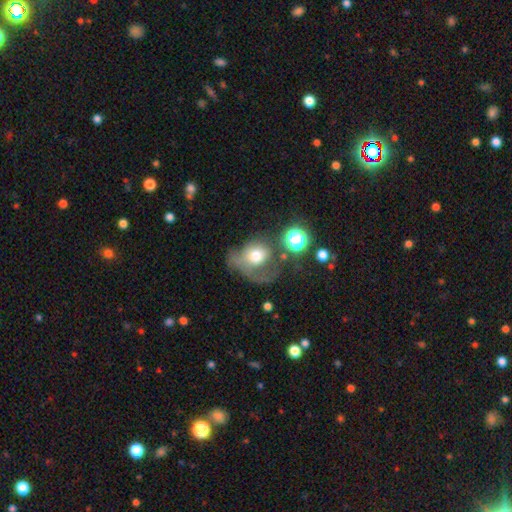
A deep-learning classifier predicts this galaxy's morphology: smooth_or_featured: smooth (p=0.57) [alt: featured or disk p=0.31]
how_rounded: round (p=0.64) [alt: in between p=0.35]
merging: major disturbance (p=0.53) [alt: minor disturbance p=0.19]